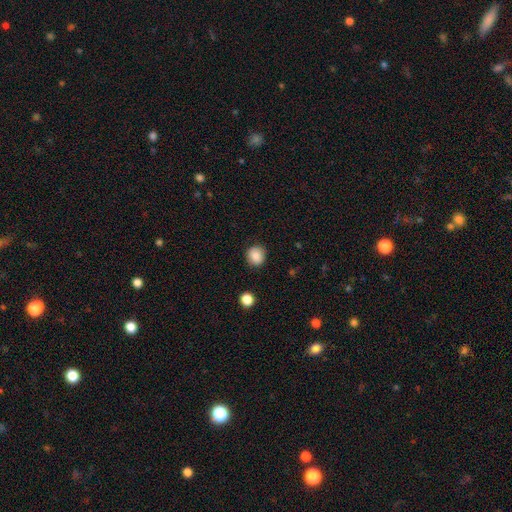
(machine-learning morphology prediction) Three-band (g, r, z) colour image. It shows a smooth galaxy with no disk features (86%) that is round (86%). Merging: none (88%).